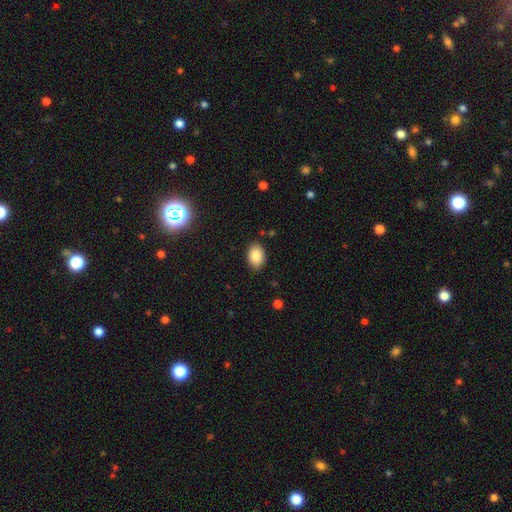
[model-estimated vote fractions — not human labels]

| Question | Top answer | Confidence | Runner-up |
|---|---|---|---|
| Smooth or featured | smooth | 86% | star or artifact (8%) |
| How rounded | in between | 83% | round (16%) |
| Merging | none | 86% | minor disturbance (10%) |